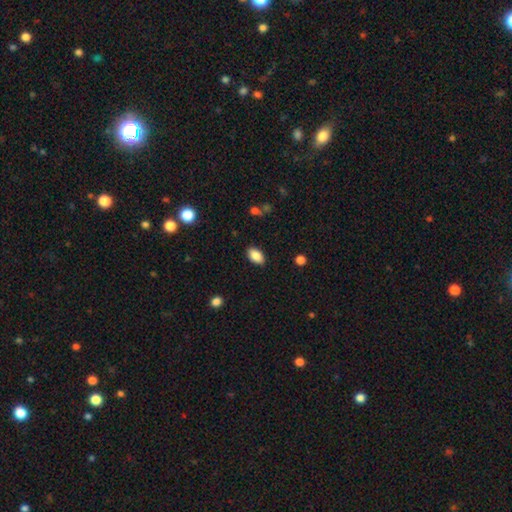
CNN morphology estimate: Smooth or featured?
  - smooth: 87% *
  - star or artifact: 8%
  - featured or disk: 5%
How rounded?
  - in between: 92% *
  - round: 6%
  - cigar-shaped: 2%
Merging?
  - none: 87% *
  - minor disturbance: 10%
  - major disturbance: 2%
  - merger: 1%